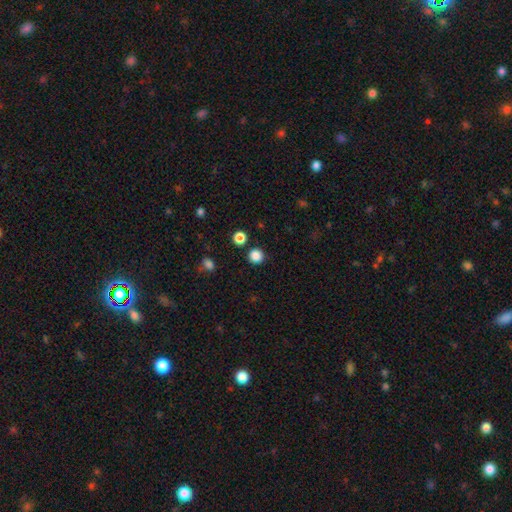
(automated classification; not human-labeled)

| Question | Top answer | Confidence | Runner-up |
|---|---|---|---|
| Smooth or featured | smooth | 85% | star or artifact (12%) |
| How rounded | round | 94% | in between (5%) |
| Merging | none | 89% | minor disturbance (6%) |